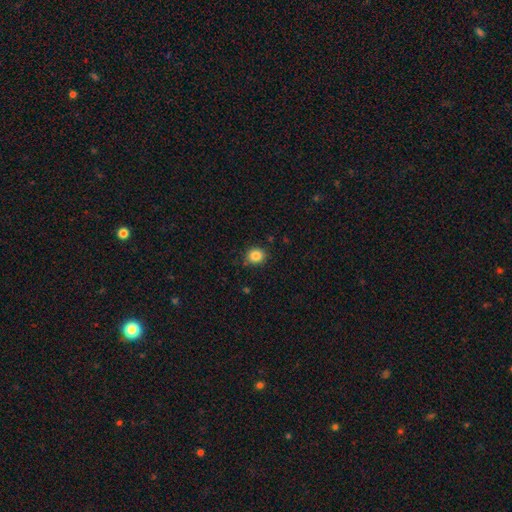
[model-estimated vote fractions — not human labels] Q: Smooth or featured?
A: smooth (85%); runner-up: star or artifact (10%)
Q: How rounded?
A: round (78%); runner-up: in between (21%)
Q: Merging?
A: none (86%); runner-up: minor disturbance (10%)